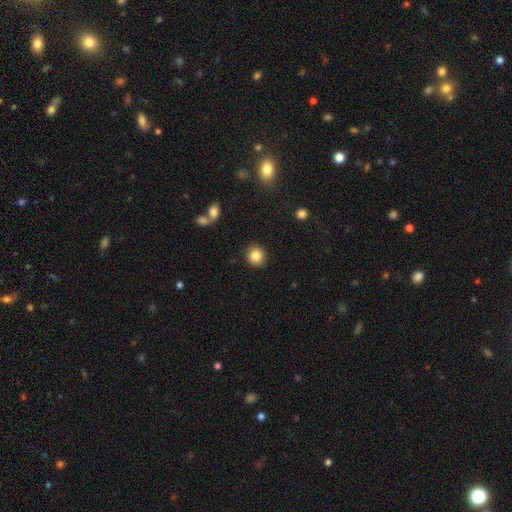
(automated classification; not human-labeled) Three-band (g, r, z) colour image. It shows a smooth galaxy with no disk features (84%) that is round (89%). Merging: none (90%).